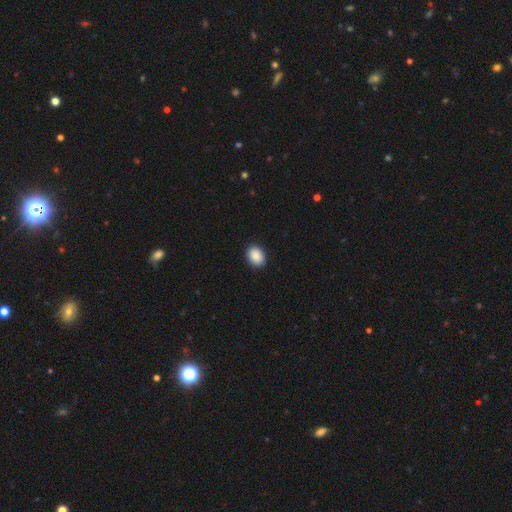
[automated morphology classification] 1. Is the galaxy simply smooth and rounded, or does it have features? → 89% smooth, 8% star or artifact, 3% featured or disk.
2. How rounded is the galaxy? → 62% in between, 37% round, 1% cigar-shaped.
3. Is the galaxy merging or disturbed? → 91% none, 7% minor disturbance, 2% major disturbance, 1% merger.